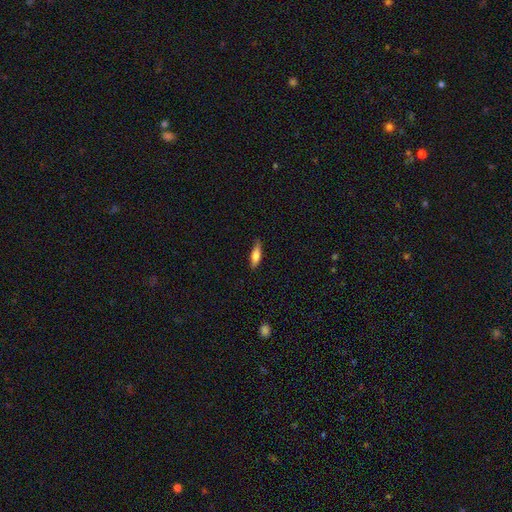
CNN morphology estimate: Overall: smooth (69%). How rounded: cigar-shaped (54%; in between 43%). Merging: none (80%).